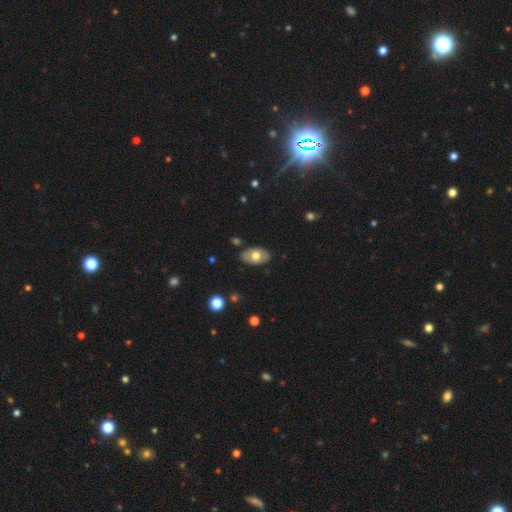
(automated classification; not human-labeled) A smooth galaxy with no disk features (55%) that is in between round and cigar-shaped (90%). Merging: none (83%).